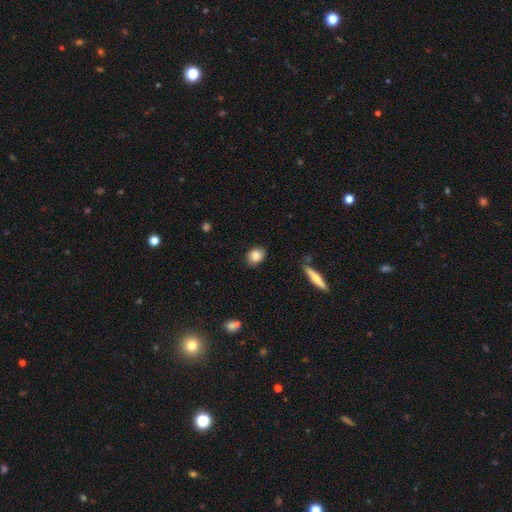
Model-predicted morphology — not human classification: smooth 84%, star or artifact 8%, featured or disk 8%. Down the decision tree: how rounded — round (54%); merging — none (81%).